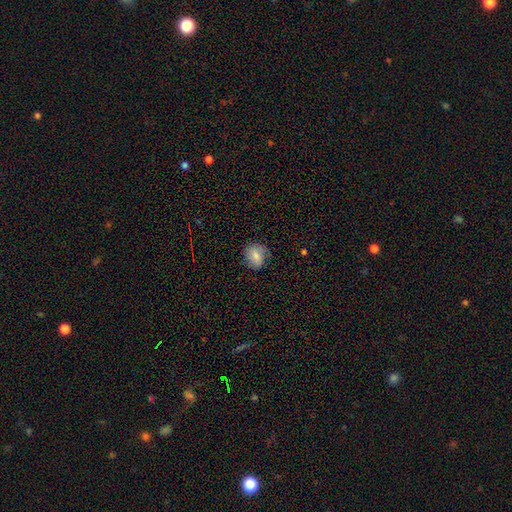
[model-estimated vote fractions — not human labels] This is likely a smooth galaxy (75%). How rounded: likely round (66%). Merging: likely none (73%).